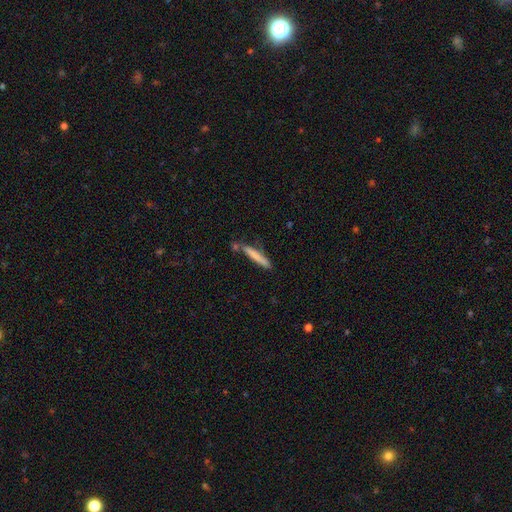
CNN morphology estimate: Smooth or featured: smooth — 73% (featured or disk — 21%)
How rounded: cigar-shaped — 94% (in between — 5%)
Merging: none — 74% (minor disturbance — 15%)